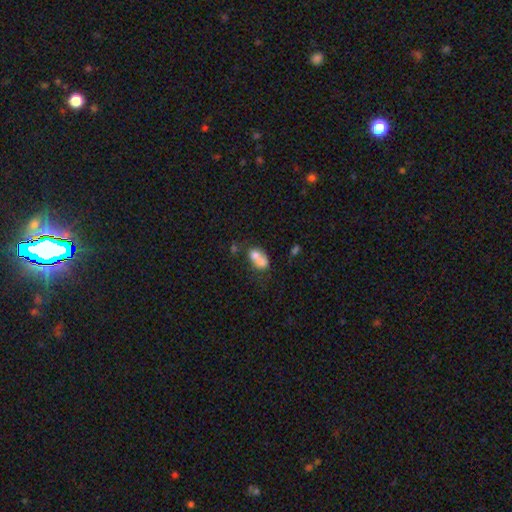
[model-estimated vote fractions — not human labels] smooth-or-featured: smooth: 68% | featured or disk: 22% | star or artifact: 10%
  how-rounded: in between: 66% | round: 32% | cigar-shaped: 2%
  merging: merger: 62% | none: 21% | minor disturbance: 10% | major disturbance: 7%